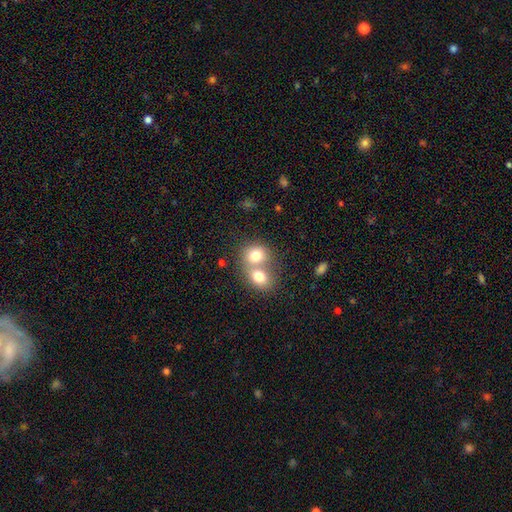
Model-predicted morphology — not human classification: smooth-or-featured: smooth: 76% | featured or disk: 15% | star or artifact: 10%
  how-rounded: round: 66% | in between: 33% | cigar-shaped: 1%
  merging: merger: 65% | none: 27% | minor disturbance: 5% | major disturbance: 3%